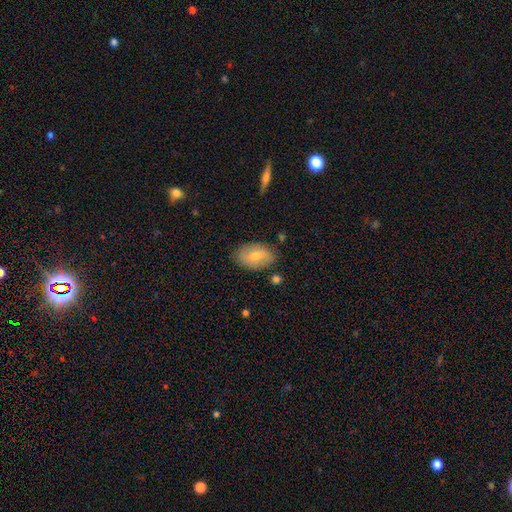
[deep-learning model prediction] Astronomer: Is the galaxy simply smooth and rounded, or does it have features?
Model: smooth — 55% (runner-up: featured or disk, 36%).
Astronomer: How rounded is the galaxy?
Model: in between — 89%.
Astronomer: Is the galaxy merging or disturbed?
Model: none — 82%.